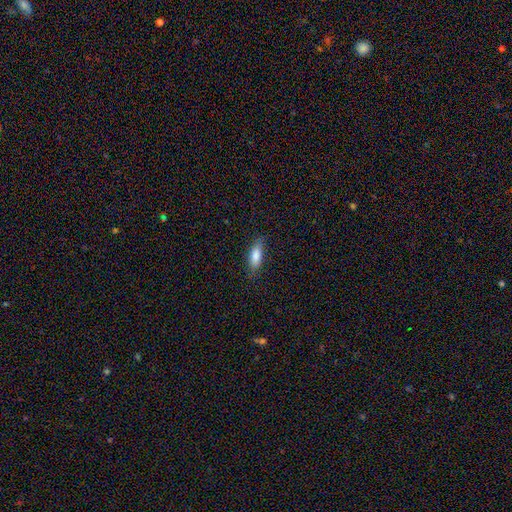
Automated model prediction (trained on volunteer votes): Smooth or featured? Predicted: smooth (p=0.81). How rounded? Predicted: in between (p=0.66). Merging? Predicted: none (p=0.77).